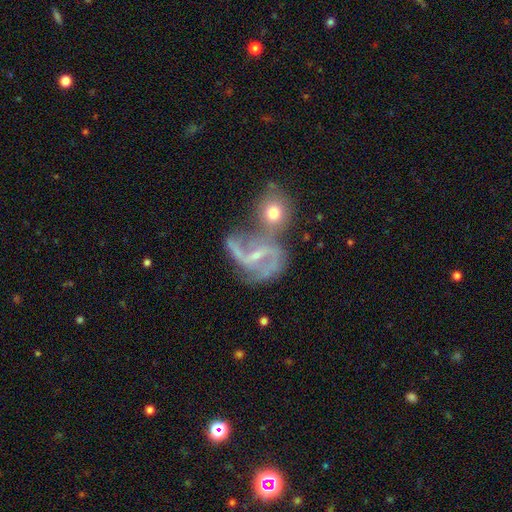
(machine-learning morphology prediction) Smooth or featured? Predicted: featured or disk (p=0.85). Edge-on disk? Predicted: no (p=0.97). Bar? Predicted: weak (p=0.42). Spiral arms? Predicted: yes (p=0.94). Spiral winding? Predicted: medium (p=0.44, tied with loose). Spiral arm count? Predicted: 2 (p=0.76). Bulge size? Predicted: small (p=0.72). Merging? Predicted: none (p=0.39).